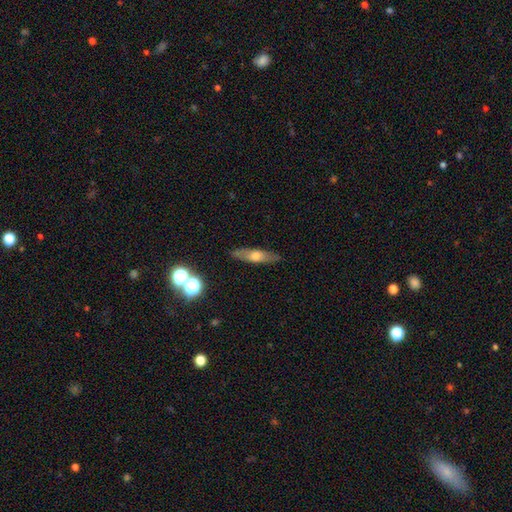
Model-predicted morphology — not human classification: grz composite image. It shows a featured or disk galaxy (46%, tied with smooth). Merging: none (84%).